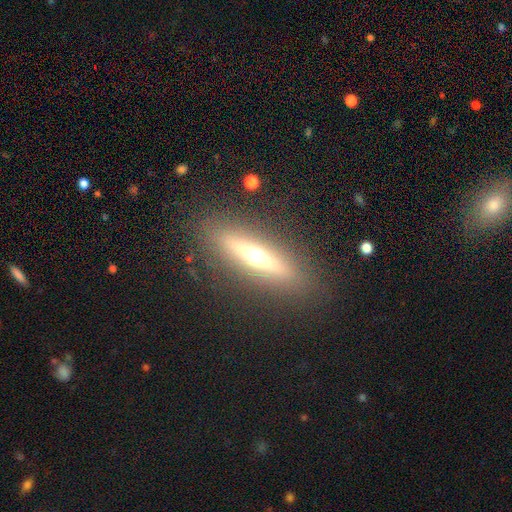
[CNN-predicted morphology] Smooth or featured: featured or disk — 62% (smooth — 29%)
Edge-on disk: yes — 91% (no — 9%)
Edge-on bulge: rounded — 93% (boxy — 4%)
Merging: none — 86% (minor disturbance — 8%)